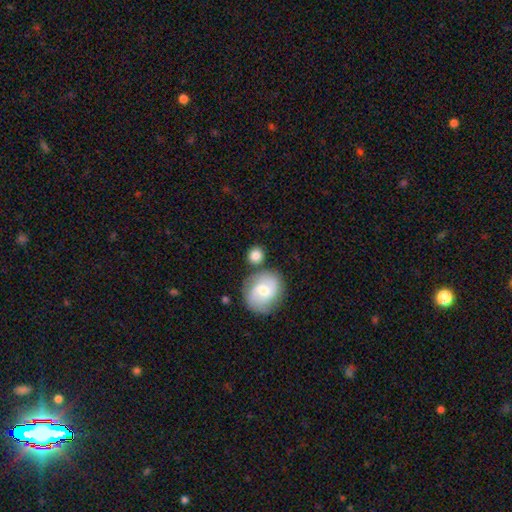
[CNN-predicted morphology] type=smooth (78%); roundness=round (85%); merging=none (70%).